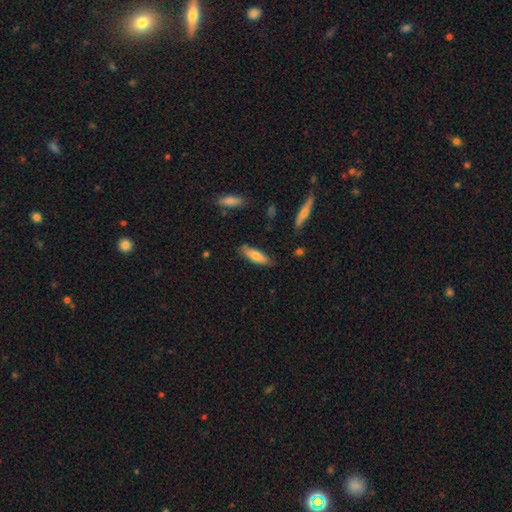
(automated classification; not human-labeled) This appears to be a smooth galaxy with no disk features (74%) that is in between round and cigar-shaped (49%, tied with cigar-shaped). Merging: none (80%).